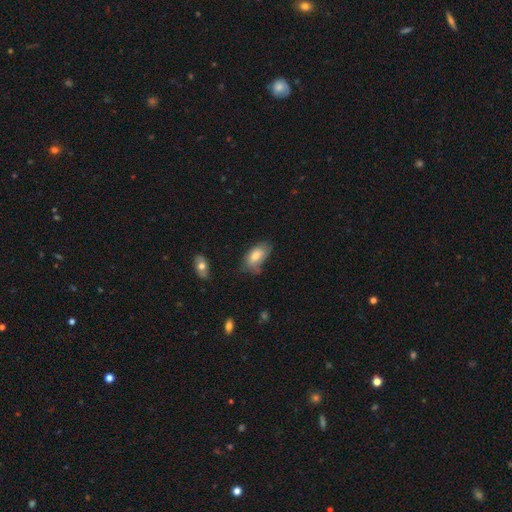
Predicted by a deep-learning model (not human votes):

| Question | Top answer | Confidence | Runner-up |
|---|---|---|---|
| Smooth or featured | smooth | 73% | featured or disk (20%) |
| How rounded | in between | 93% | round (4%) |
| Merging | none | 51% | minor disturbance (36%) |